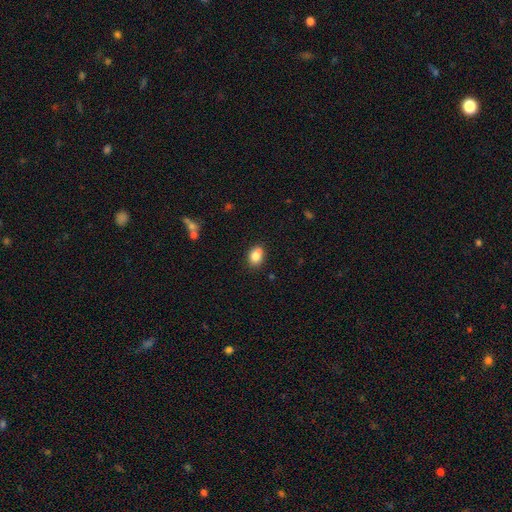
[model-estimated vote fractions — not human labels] smooth 83%, star or artifact 9%, featured or disk 8%. Down the decision tree: how rounded — in between (70%); merging — none (67%).